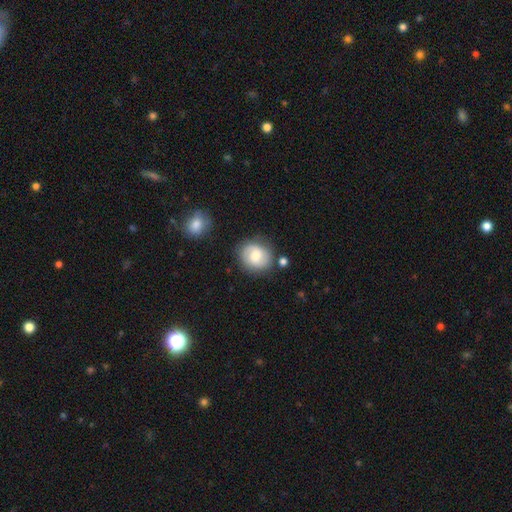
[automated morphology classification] This is possibly a smooth galaxy (49%). Merging: likely none (77%).